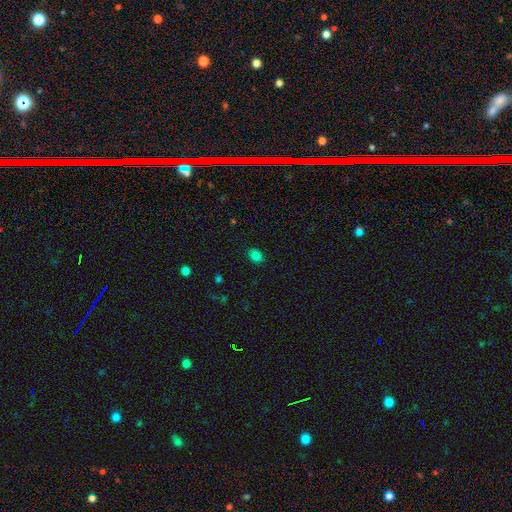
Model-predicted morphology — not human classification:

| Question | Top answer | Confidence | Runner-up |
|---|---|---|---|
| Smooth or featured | smooth | 83% | star or artifact (13%) |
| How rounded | in between | 65% | round (34%) |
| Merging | none | 88% | minor disturbance (8%) |